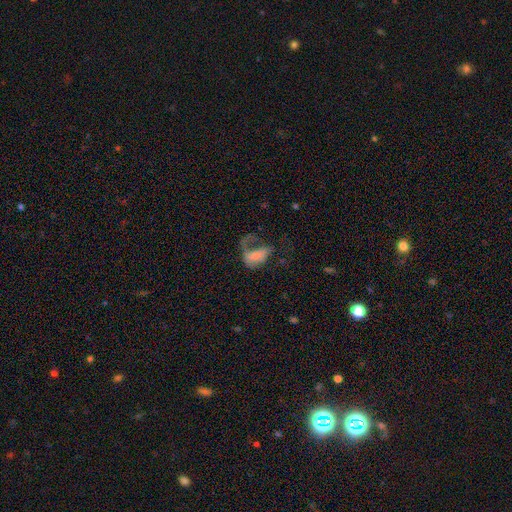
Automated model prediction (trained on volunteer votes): Q: Smooth or featured?
A: smooth (53%); runner-up: featured or disk (36%)
Q: How rounded?
A: in between (86%); runner-up: round (10%)
Q: Merging?
A: major disturbance (68%); runner-up: none (14%)